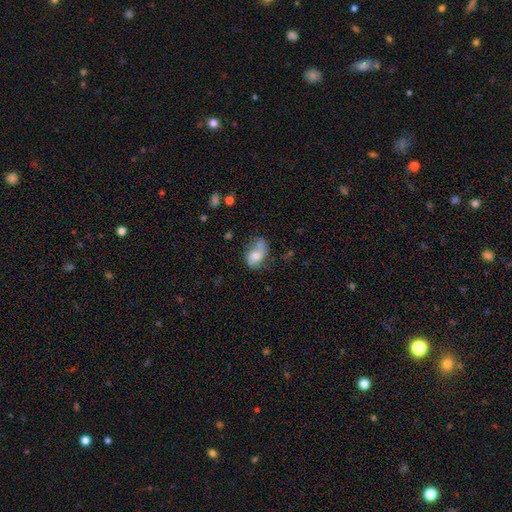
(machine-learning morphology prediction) Smooth or featured?
  - featured or disk: 49% *
  - smooth: 42%
  - star or artifact: 9%
Merging?
  - none: 41% *
  - minor disturbance: 26%
  - major disturbance: 18%
  - merger: 16%